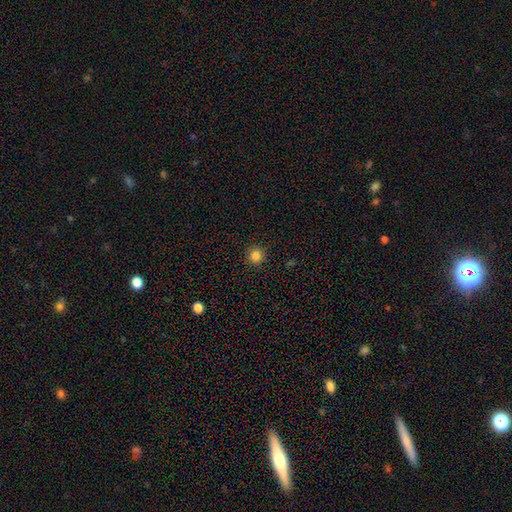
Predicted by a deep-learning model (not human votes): The model was most divided on "smooth or featured": smooth: 83%, star or artifact: 13%, featured or disk: 4%. More confident: how rounded — round (95%); merging — none (92%).